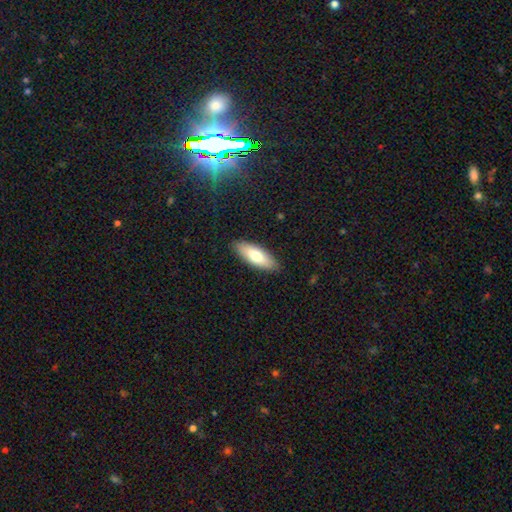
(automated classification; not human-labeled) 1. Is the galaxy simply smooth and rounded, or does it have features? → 70% smooth, 24% featured or disk, 6% star or artifact.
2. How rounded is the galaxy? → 69% in between, 29% cigar-shaped, 2% round.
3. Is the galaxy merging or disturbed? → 88% none, 9% minor disturbance, 2% major disturbance, 1% merger.